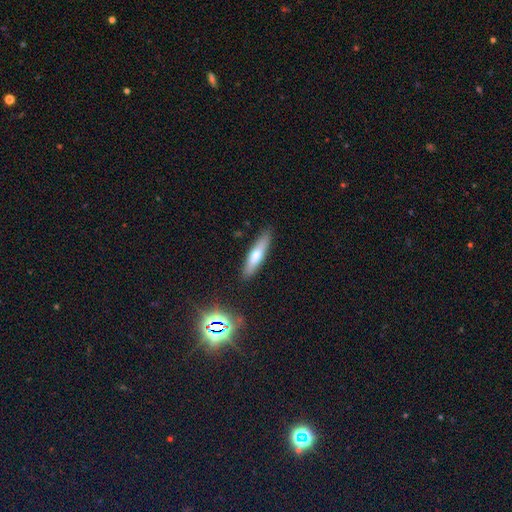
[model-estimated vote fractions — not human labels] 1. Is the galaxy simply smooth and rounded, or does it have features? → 61% smooth, 32% featured or disk, 7% star or artifact.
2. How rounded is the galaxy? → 75% cigar-shaped, 23% in between, 2% round.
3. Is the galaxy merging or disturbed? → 86% none, 10% minor disturbance, 2% major disturbance, 2% merger.